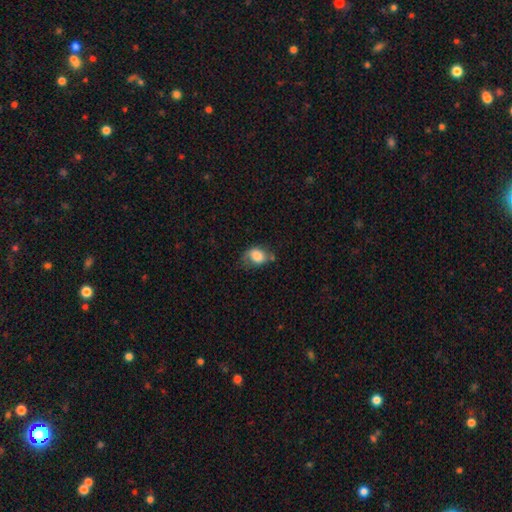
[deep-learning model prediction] Smooth or featured?
  - smooth: 76% *
  - featured or disk: 16%
  - star or artifact: 8%
How rounded?
  - in between: 57% *
  - round: 42%
  - cigar-shaped: 1%
Merging?
  - none: 37% *
  - minor disturbance: 35%
  - major disturbance: 21%
  - merger: 6%